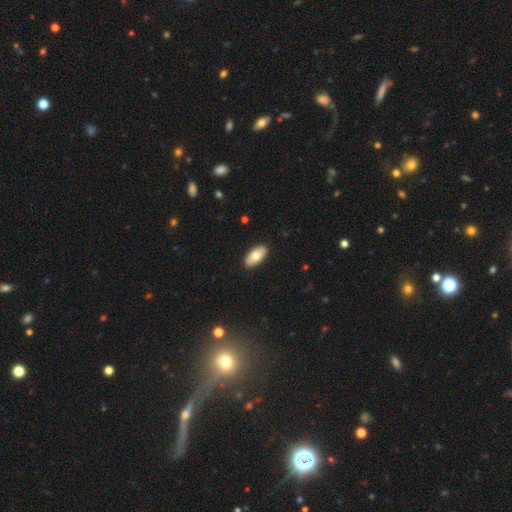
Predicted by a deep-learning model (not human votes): Morphology: type=smooth (75%); roundness=in between (93%); merging=none (90%).